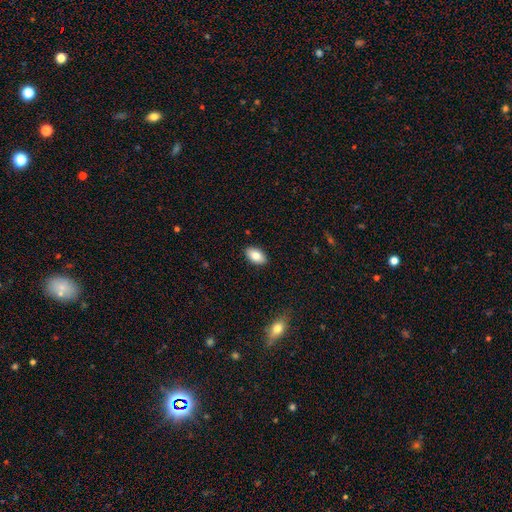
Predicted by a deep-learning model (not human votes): Smooth or featured? smooth (83%)
How rounded? in between (93%)
Merging? none (89%)